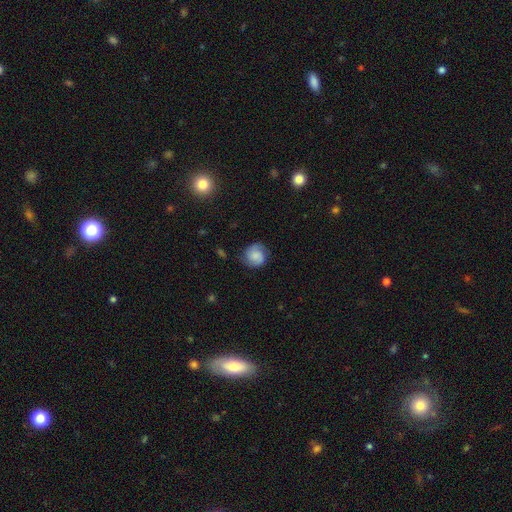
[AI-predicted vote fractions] Overall: featured or disk (46%; smooth 45%). Merging: none (73%).